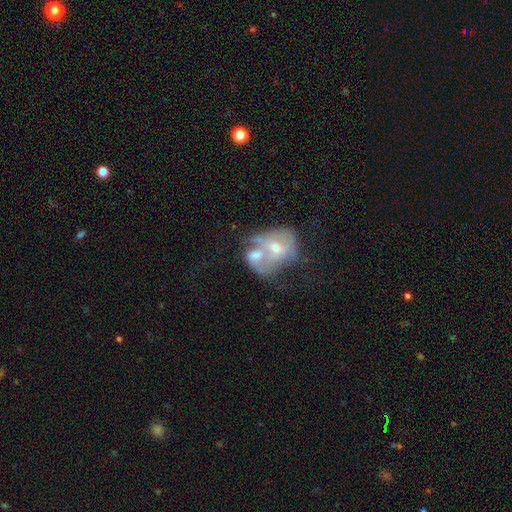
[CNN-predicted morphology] Smooth or featured? featured or disk (49%)
Merging? merger (65%)